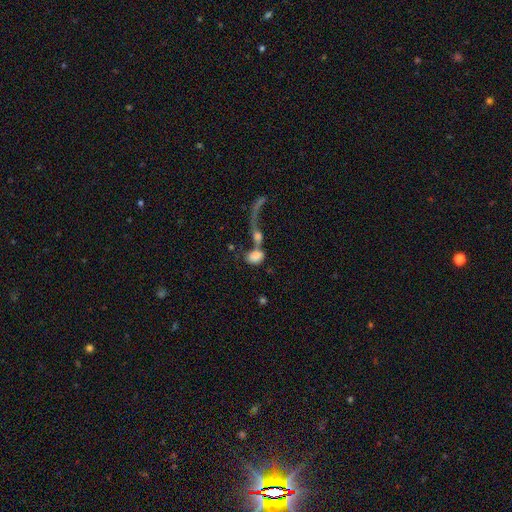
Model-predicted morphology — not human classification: Smooth or featured? Predicted: smooth (p=0.68). How rounded? Predicted: in between (p=0.75). Merging? Predicted: merger (p=0.63).